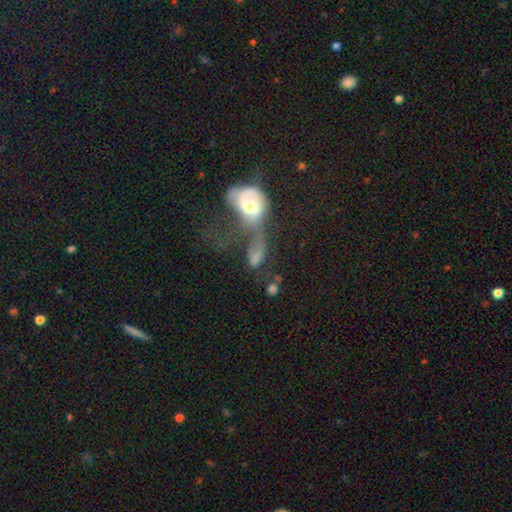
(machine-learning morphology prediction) This is possibly a featured or disk galaxy (46%). Merging: possibly merger (45%).